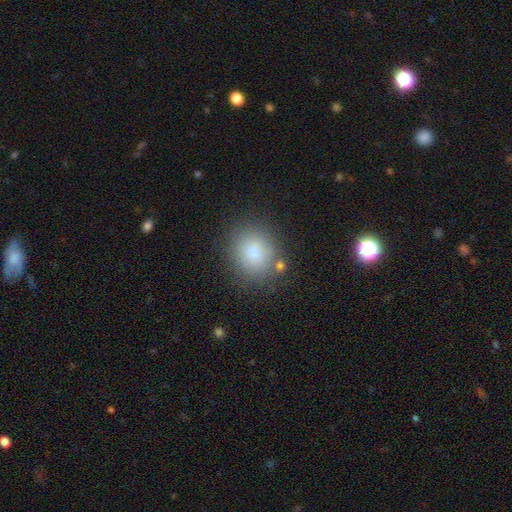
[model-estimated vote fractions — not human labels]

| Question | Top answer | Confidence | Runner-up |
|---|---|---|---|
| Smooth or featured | smooth | 81% | star or artifact (12%) |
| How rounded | round | 77% | in between (22%) |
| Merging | none | 83% | minor disturbance (10%) |